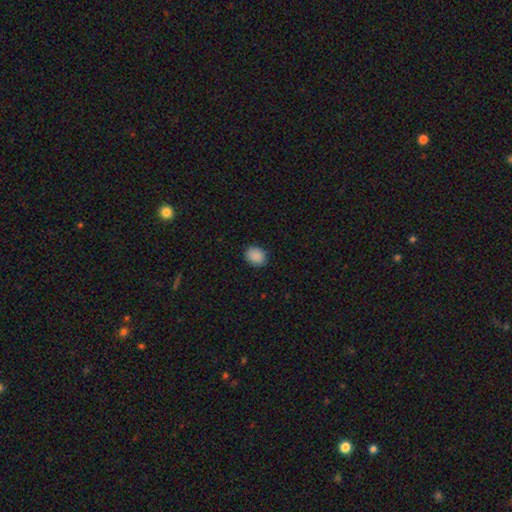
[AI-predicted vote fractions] smooth 89%, star or artifact 9%, featured or disk 3%. Down the decision tree: how rounded — round (55%); merging — none (88%).